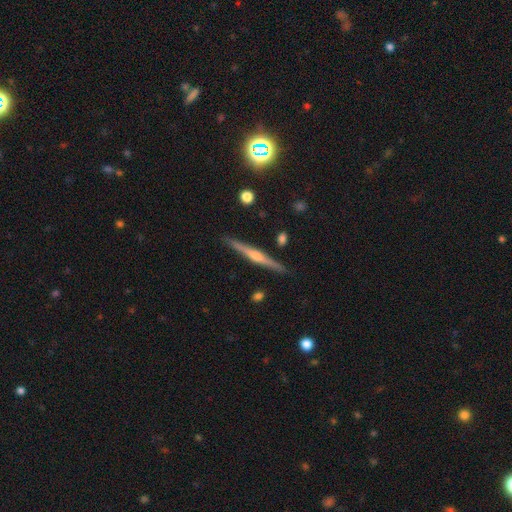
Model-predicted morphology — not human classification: smooth_or_featured: featured or disk (p=0.73) [alt: smooth p=0.20]
disk_edge_on: yes (p=0.98) [alt: no p=0.02]
edge_on_bulge: rounded (p=0.79) [alt: none p=0.12]
merging: none (p=0.90) [alt: minor disturbance p=0.07]